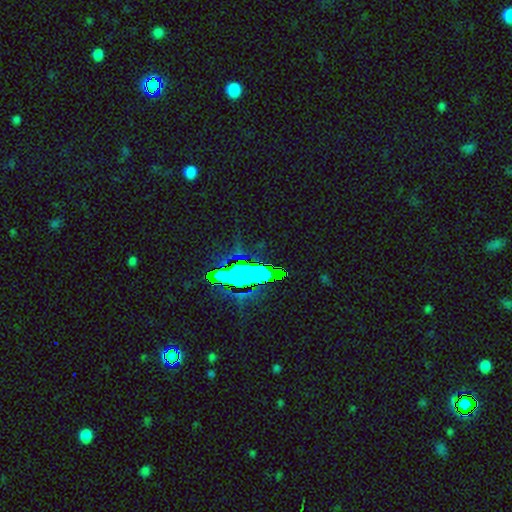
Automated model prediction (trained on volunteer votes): Morphology: type=star or artifact (61%).